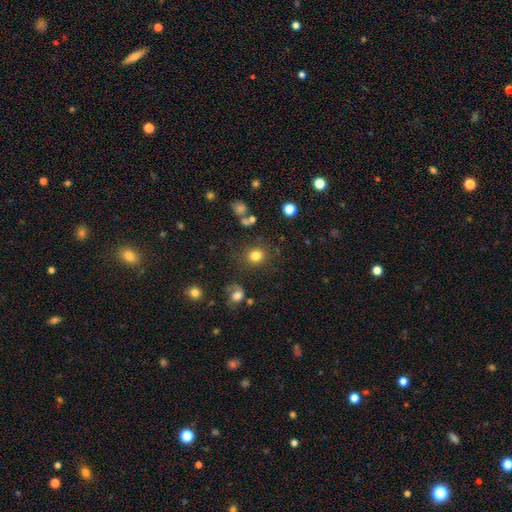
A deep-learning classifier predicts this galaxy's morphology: A smooth galaxy with no disk features (80%) that is round (82%). Merging: none (82%).